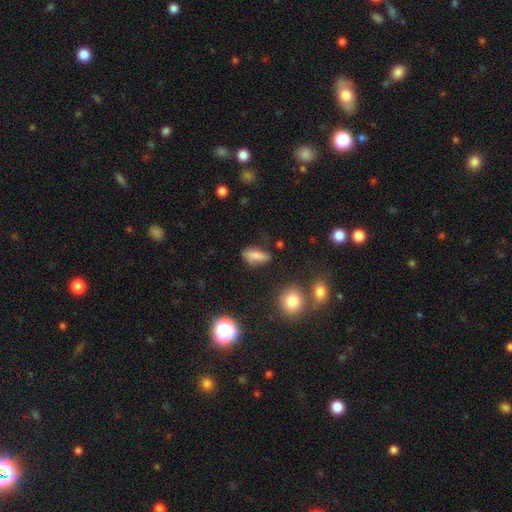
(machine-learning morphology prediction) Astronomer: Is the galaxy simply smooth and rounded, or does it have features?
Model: smooth — 76%.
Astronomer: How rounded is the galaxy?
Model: in between — 76%.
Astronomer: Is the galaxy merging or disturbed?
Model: none — 66%.